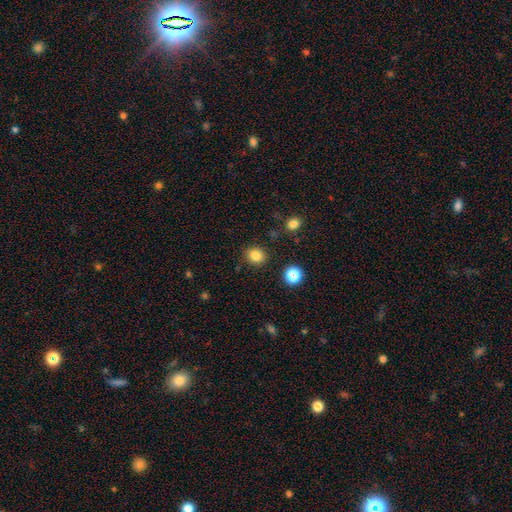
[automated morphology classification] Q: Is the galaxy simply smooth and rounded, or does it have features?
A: smooth — 82%.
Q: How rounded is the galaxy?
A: round — 75%.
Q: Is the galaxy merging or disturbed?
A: none — 86%.